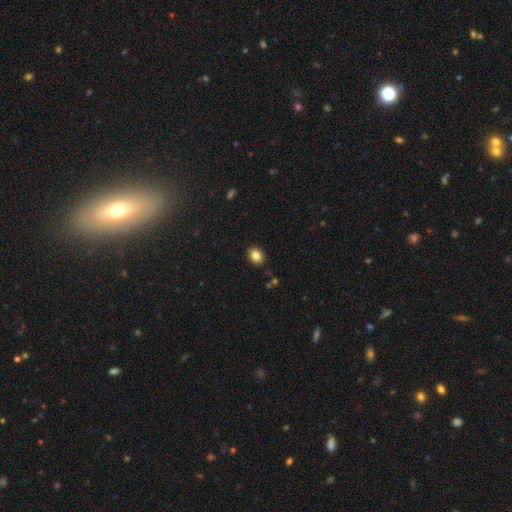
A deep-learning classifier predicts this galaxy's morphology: This appears to be a smooth galaxy with no disk features (84%) that is in between round and cigar-shaped (55%). Merging: none (89%).